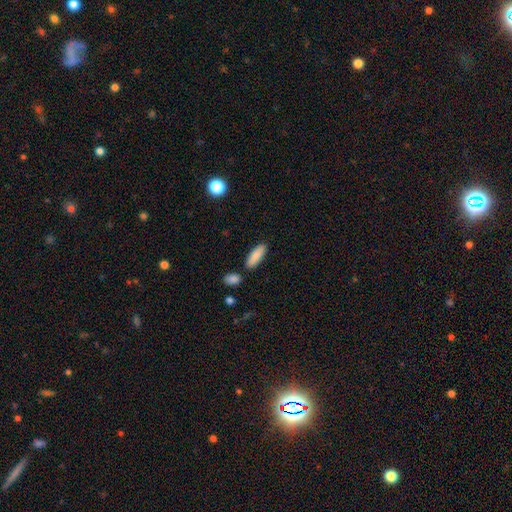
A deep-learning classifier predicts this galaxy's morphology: type=smooth (88%); roundness=in between (64%); merging=none (83%).